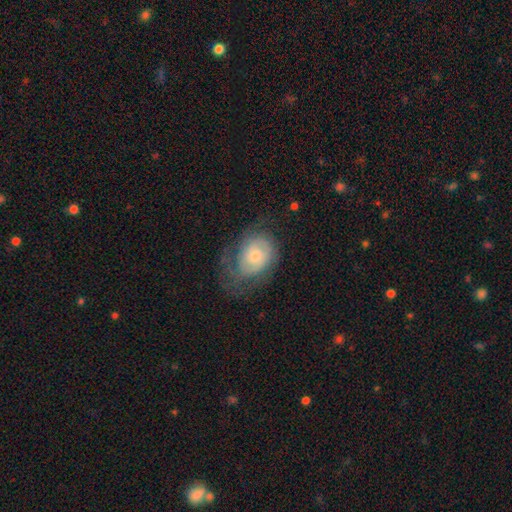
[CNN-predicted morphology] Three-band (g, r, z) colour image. It shows a featured or disk galaxy (55%) with no bar (79%), spiral arms (74%) and a small central bulge (54%). Merging: none (52%).